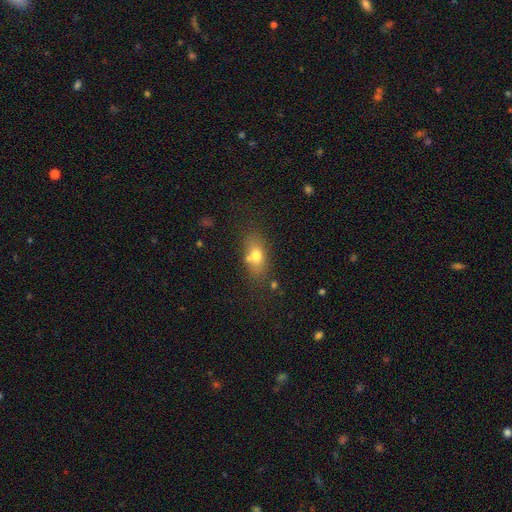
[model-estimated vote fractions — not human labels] Smooth or featured? smooth (71%)
How rounded? in between (79%)
Merging? none (66%)